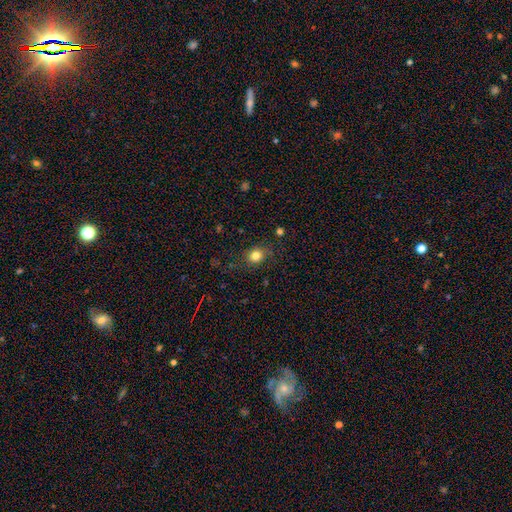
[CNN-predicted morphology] This appears to be a smooth galaxy with no disk features (81%) that is round (73%). Merging: none (81%).